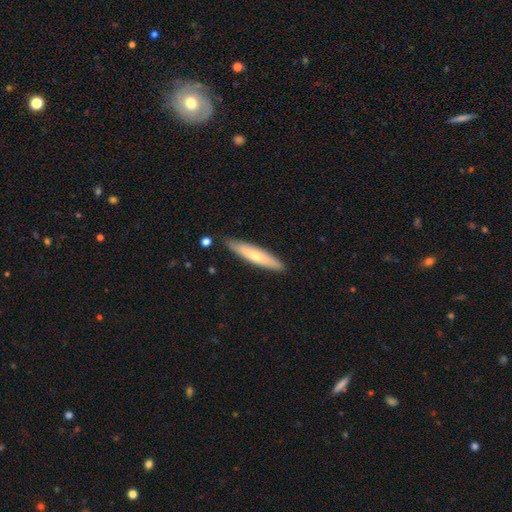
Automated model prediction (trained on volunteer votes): A smooth galaxy with no disk features (63%) that is cigar-shaped (87%).

Vote fractions:
- Smooth or featured? smooth: 63% / featured or disk: 32% / star or artifact: 5%
- How rounded? cigar-shaped: 87% / in between: 11% / round: 1%
- Merging? none: 86% / minor disturbance: 10% / major disturbance: 2% / merger: 2%